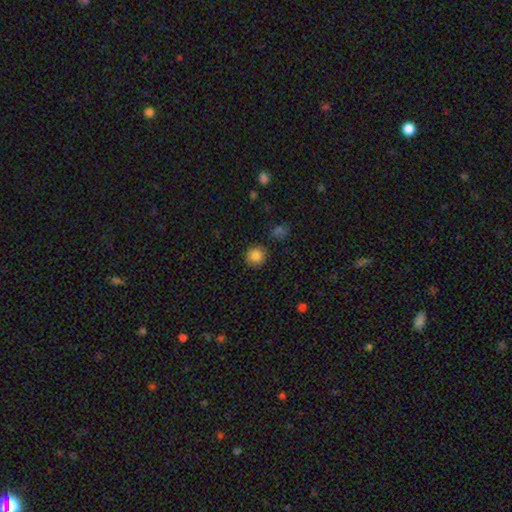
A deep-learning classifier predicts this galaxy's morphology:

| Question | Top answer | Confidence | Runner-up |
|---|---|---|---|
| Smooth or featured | smooth | 85% | star or artifact (9%) |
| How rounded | round | 93% | in between (6%) |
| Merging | none | 89% | minor disturbance (7%) |